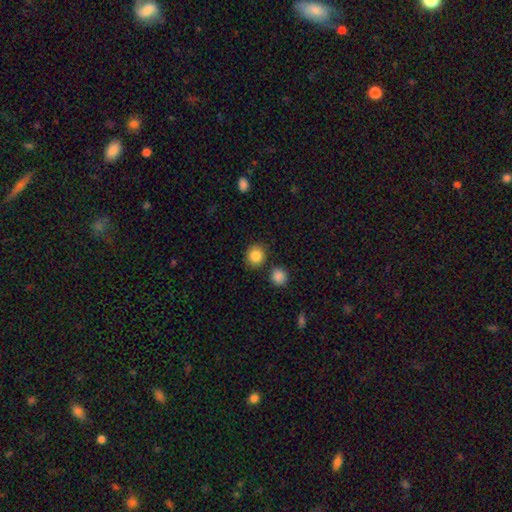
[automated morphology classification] The model was most divided on "merging": none: 80%, minor disturbance: 11%, merger: 7%, major disturbance: 3%. More confident: smooth or featured — smooth (86%); how rounded — round (84%).